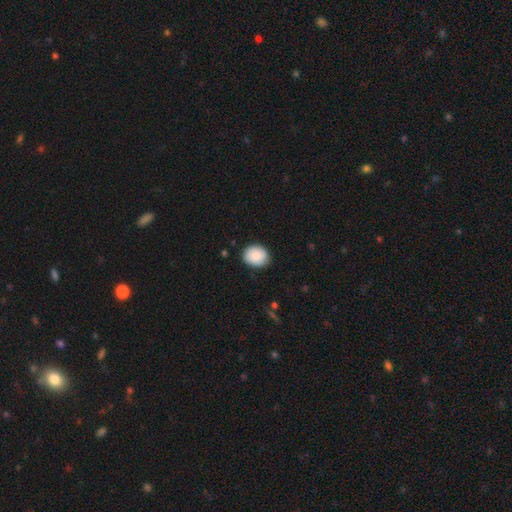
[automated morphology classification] smooth_or_featured: smooth (p=0.87) [alt: star or artifact p=0.07]
how_rounded: round (p=0.56) [alt: in between p=0.43]
merging: none (p=0.83) [alt: minor disturbance p=0.13]